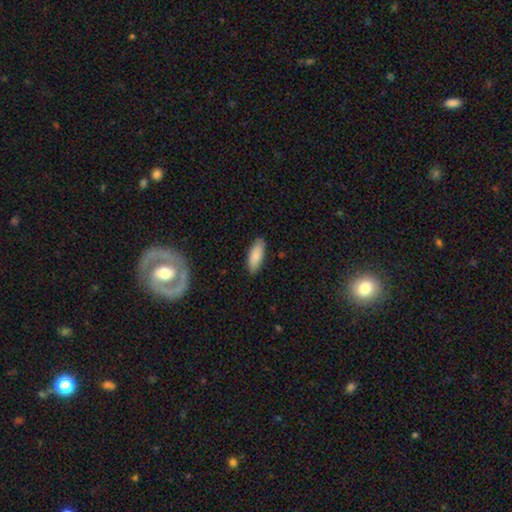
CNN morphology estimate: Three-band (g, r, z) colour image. It shows a smooth galaxy with no disk features (86%) that is in between round and cigar-shaped (73%). Merging: none (88%).